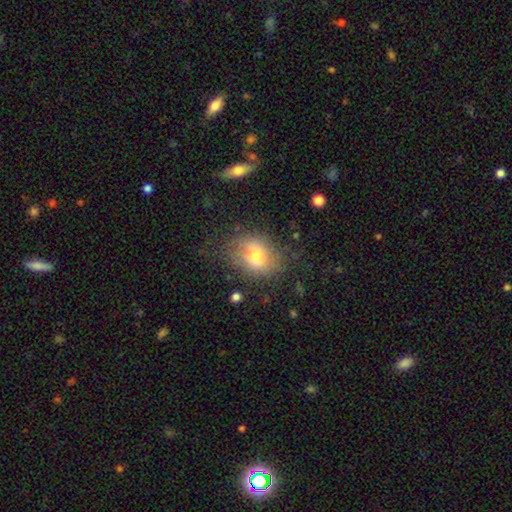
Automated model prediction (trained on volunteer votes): Q: Smooth or featured?
A: smooth (67%); runner-up: featured or disk (23%)
Q: How rounded?
A: in between (57%); runner-up: round (42%)
Q: Merging?
A: none (64%); runner-up: minor disturbance (22%)